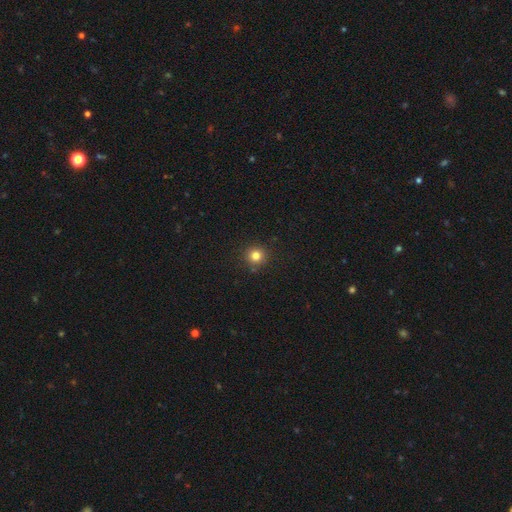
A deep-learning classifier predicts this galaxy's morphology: type=smooth (81%); roundness=round (94%); merging=none (89%).